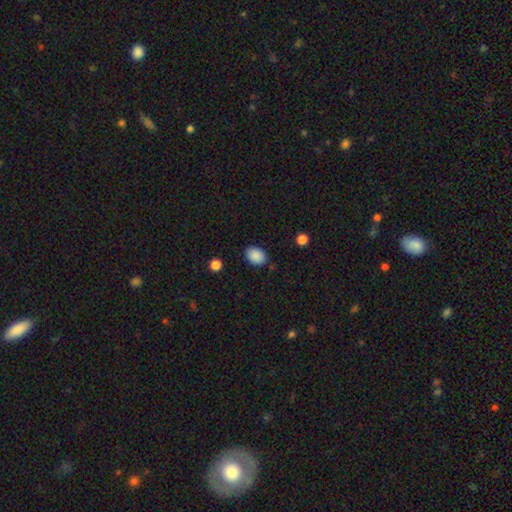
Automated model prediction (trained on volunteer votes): This is clearly a smooth galaxy (89%). How rounded: likely in between (76%). Merging: clearly none (84%).